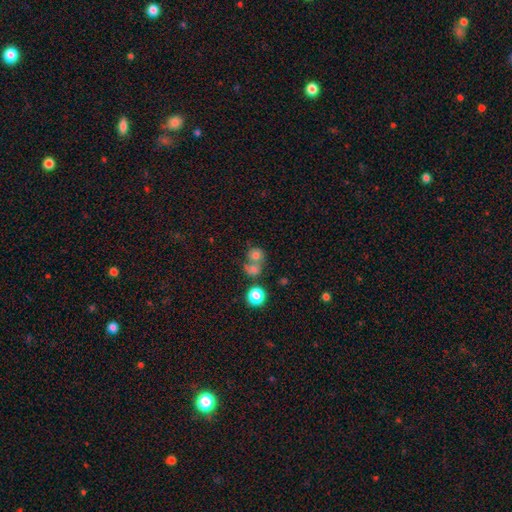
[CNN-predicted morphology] Smooth or featured? Predicted: smooth (p=0.71). How rounded? Predicted: round (p=0.80). Merging? Predicted: merger (p=0.51).